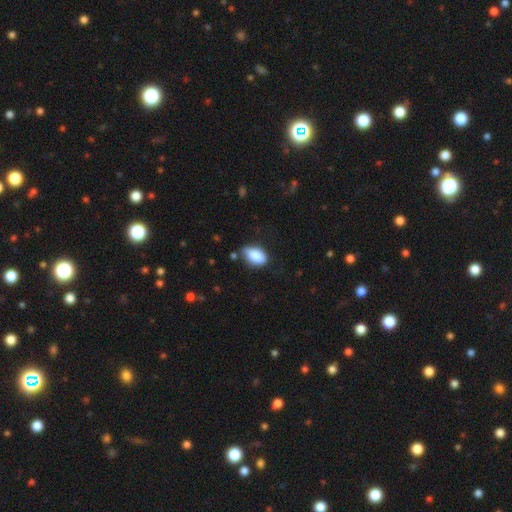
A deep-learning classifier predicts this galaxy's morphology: Smooth or featured? smooth (87%)
How rounded? in between (93%)
Merging? none (66%)